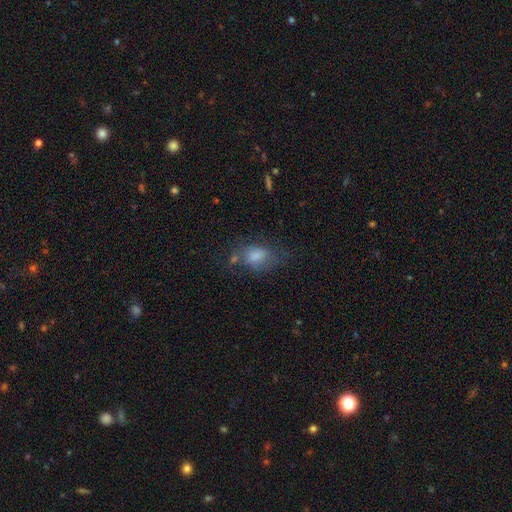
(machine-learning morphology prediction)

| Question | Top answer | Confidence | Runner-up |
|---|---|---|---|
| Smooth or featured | smooth | 63% | featured or disk (22%) |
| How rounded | in between | 77% | round (19%) |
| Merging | none | 55% | minor disturbance (23%) |